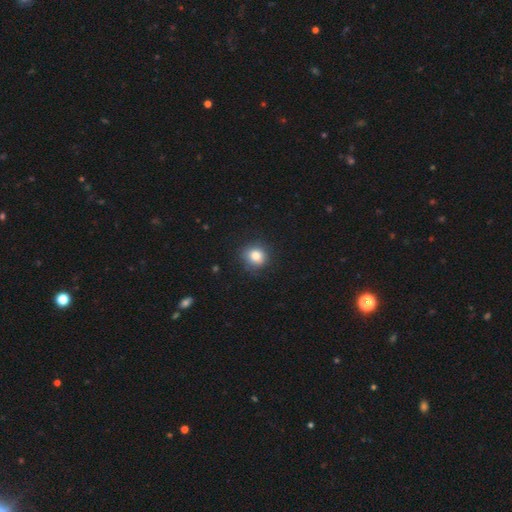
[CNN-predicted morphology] smooth_or_featured: smooth (p=0.83) [alt: star or artifact p=0.10]
how_rounded: round (p=0.81) [alt: in between p=0.18]
merging: none (p=0.80) [alt: minor disturbance p=0.15]